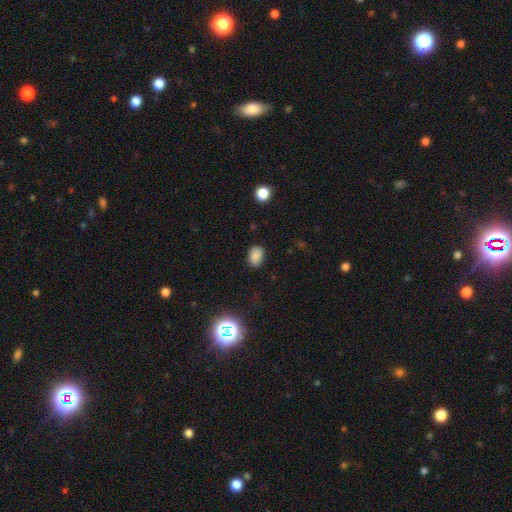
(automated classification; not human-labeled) Smooth or featured?
  - smooth: 84% *
  - star or artifact: 12%
  - featured or disk: 5%
How rounded?
  - in between: 76% *
  - round: 23%
  - cigar-shaped: 1%
Merging?
  - none: 83% *
  - minor disturbance: 13%
  - major disturbance: 3%
  - merger: 1%